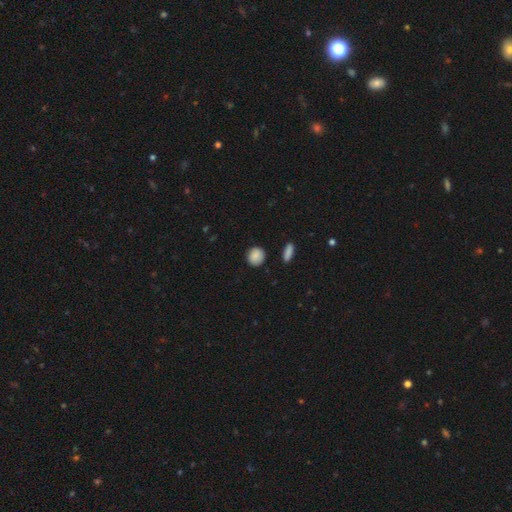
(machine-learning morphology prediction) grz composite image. It shows a smooth galaxy with no disk features (88%) that is round (82%). Merging: none (88%).